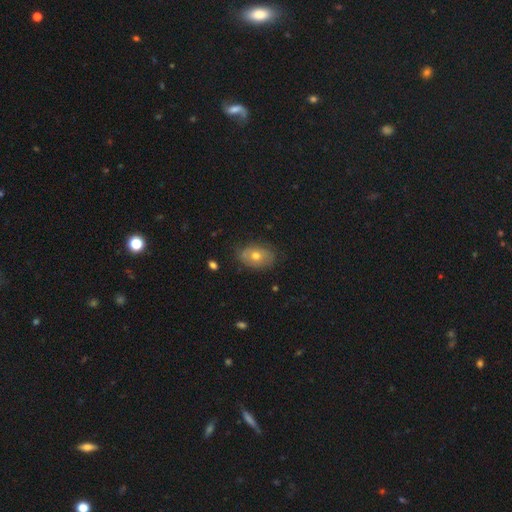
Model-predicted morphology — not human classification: type=smooth (58%); roundness=in between (73%); merging=none (74%).